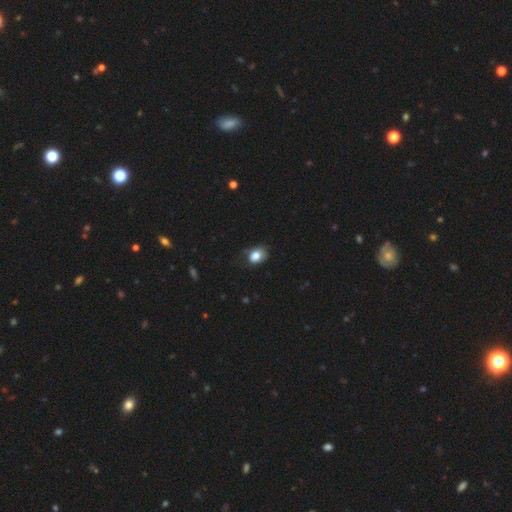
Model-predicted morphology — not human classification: Overall: smooth (81%). How rounded: in between (63%; round 36%). Merging: none (56%; minor disturbance 30%).